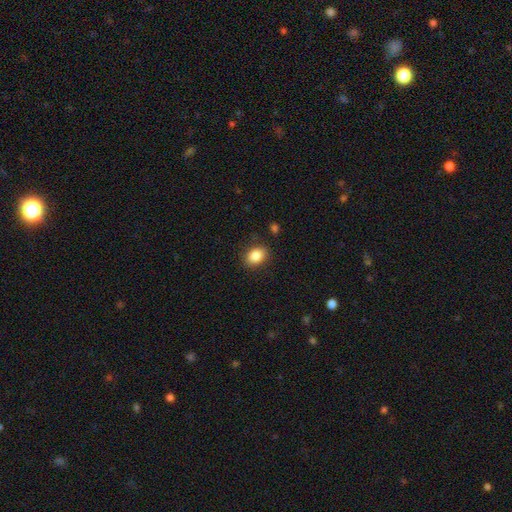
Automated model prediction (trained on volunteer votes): Smooth or featured? Predicted: smooth (p=0.86). How rounded? Predicted: in between (p=0.70). Merging? Predicted: none (p=0.86).